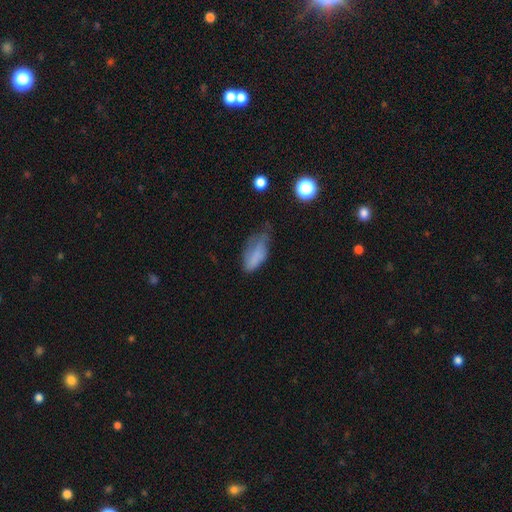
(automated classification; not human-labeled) smooth 72%, featured or disk 18%, star or artifact 10%. Down the decision tree: how rounded — in between (86%); merging — minor disturbance (41%).